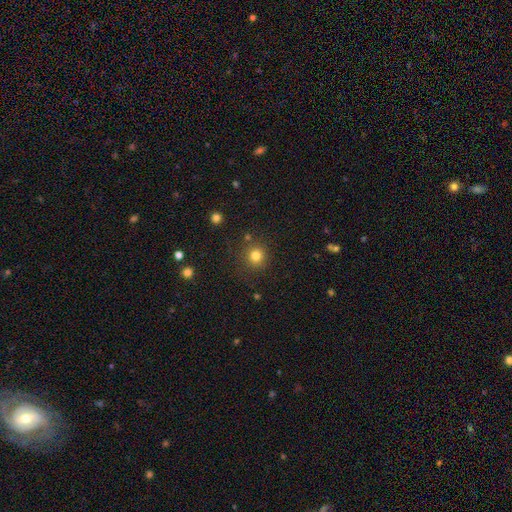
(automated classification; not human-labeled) Smooth or featured? Predicted: smooth (p=0.80). How rounded? Predicted: round (p=0.93). Merging? Predicted: none (p=0.86).